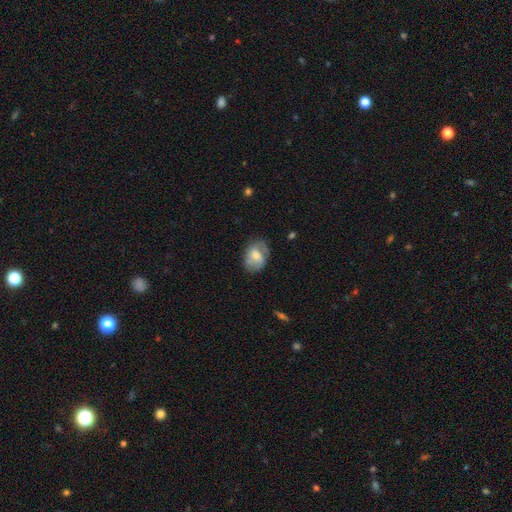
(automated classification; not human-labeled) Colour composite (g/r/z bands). It shows a smooth galaxy with no disk features (60%) that is in between round and cigar-shaped (69%). Merging: none (59%).